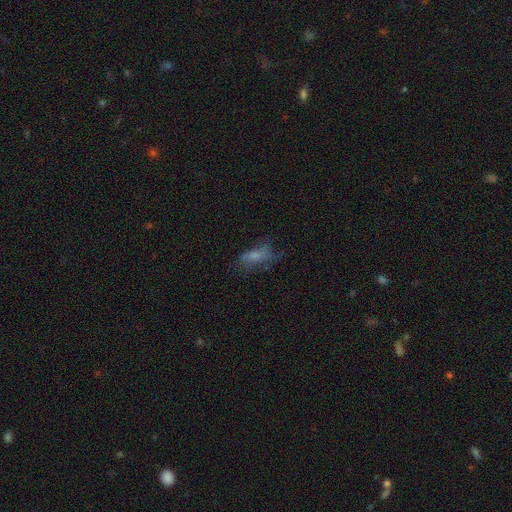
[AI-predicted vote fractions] Smooth or featured?
  - smooth: 54% *
  - featured or disk: 32%
  - star or artifact: 15%
How rounded?
  - in between: 76% *
  - cigar-shaped: 18%
  - round: 6%
Merging?
  - none: 46% *
  - major disturbance: 26%
  - minor disturbance: 25%
  - merger: 3%